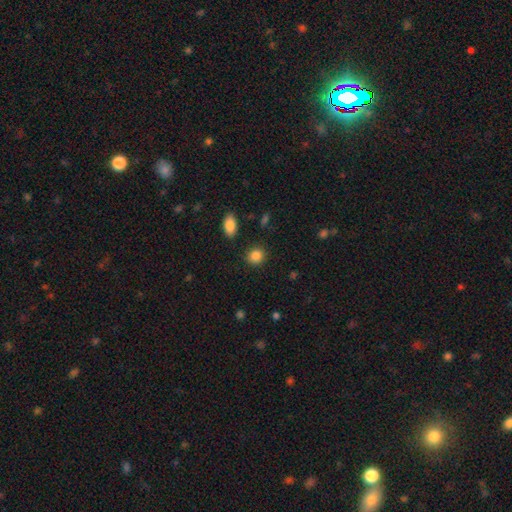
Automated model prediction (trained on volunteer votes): A smooth galaxy with no disk features (87%) that is round (79%).

Vote fractions:
- Smooth or featured? smooth: 87% / star or artifact: 9% / featured or disk: 4%
- How rounded? round: 79% / in between: 20% / cigar-shaped: 1%
- Merging? none: 89% / minor disturbance: 7% / major disturbance: 3% / merger: 2%